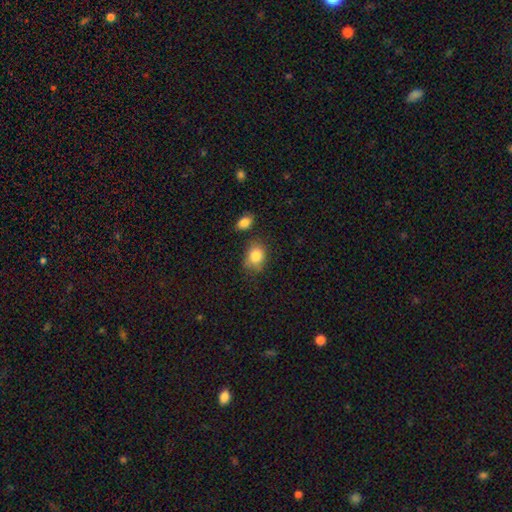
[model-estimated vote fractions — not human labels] Smooth or featured? smooth (84%)
How rounded? in between (54%)
Merging? none (64%)